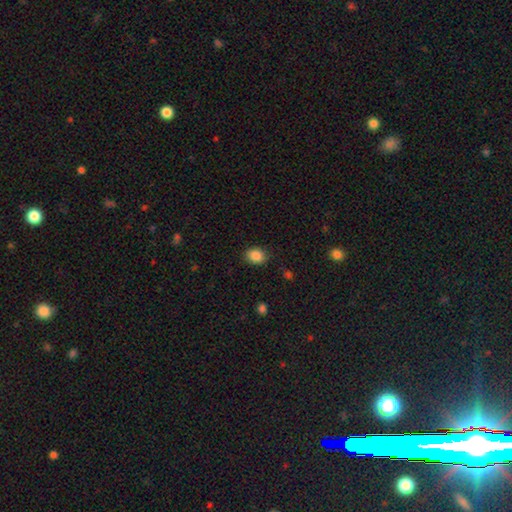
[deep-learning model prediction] The model was most divided on "how rounded": in between: 57%, round: 42%, cigar-shaped: 1%. More confident: smooth or featured — smooth (87%); merging — none (87%).